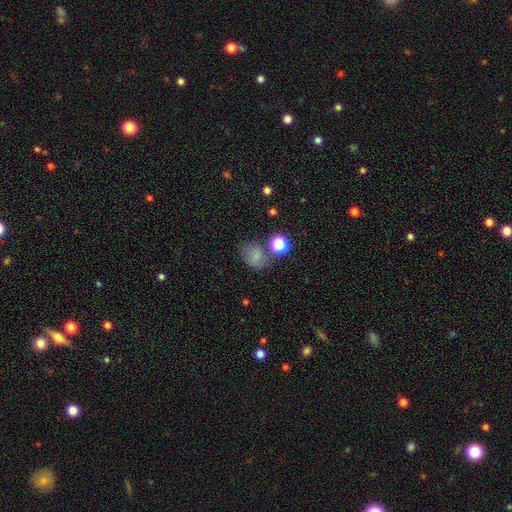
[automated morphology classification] The model was most divided on "how rounded": round: 52%, in between: 47%, cigar-shaped: 1%. More confident: smooth or featured — smooth (74%); merging — none (62%).